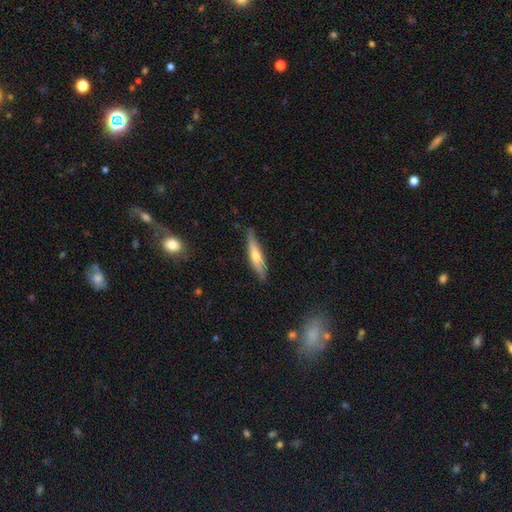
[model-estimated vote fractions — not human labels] A featured or disk galaxy (49%).

Vote fractions:
- Smooth or featured? featured or disk: 49% / smooth: 45% / star or artifact: 6%
- Merging? none: 84% / minor disturbance: 13% / major disturbance: 2% / merger: 1%